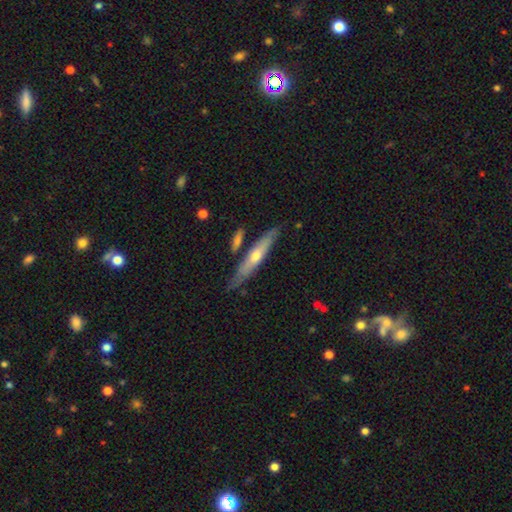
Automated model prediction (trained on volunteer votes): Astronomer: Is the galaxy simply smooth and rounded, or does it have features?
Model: featured or disk — 54% (runner-up: smooth, 41%).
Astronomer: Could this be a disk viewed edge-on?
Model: yes — 81%.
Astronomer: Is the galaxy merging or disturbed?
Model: none — 75%.